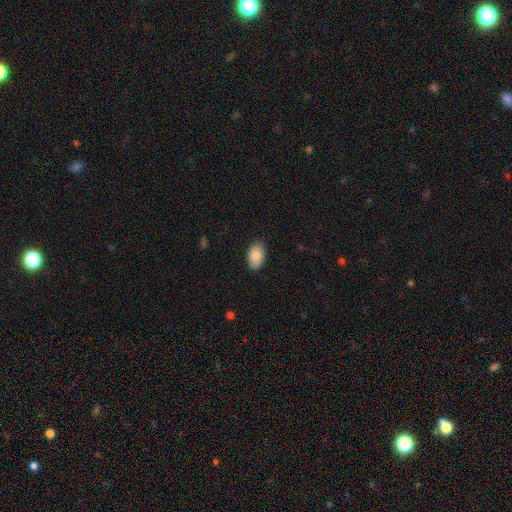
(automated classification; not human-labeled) Q: Smooth or featured?
A: smooth (87%); runner-up: featured or disk (7%)
Q: How rounded?
A: in between (93%); runner-up: round (6%)
Q: Merging?
A: none (87%); runner-up: minor disturbance (10%)